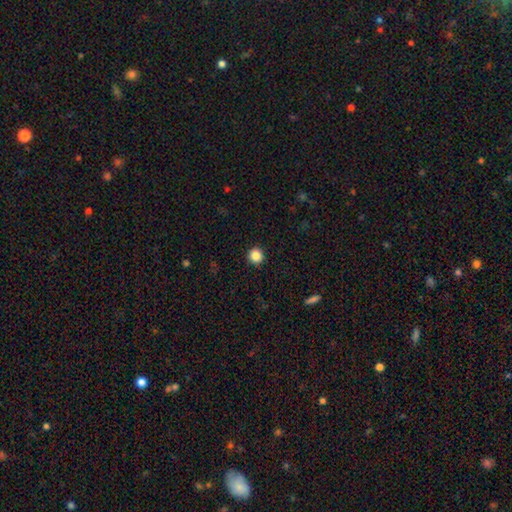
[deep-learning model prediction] Q: Smooth or featured?
A: smooth (85%); runner-up: star or artifact (11%)
Q: How rounded?
A: round (95%); runner-up: in between (4%)
Q: Merging?
A: none (93%); runner-up: minor disturbance (5%)